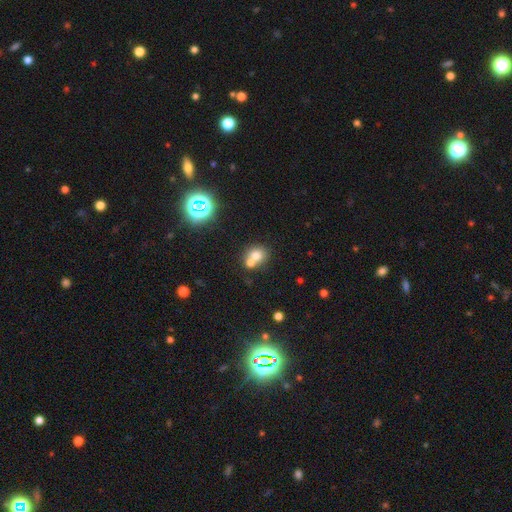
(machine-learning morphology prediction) Overall: smooth (70%). How rounded: round (74%). Merging: merger (48%; none 41%).